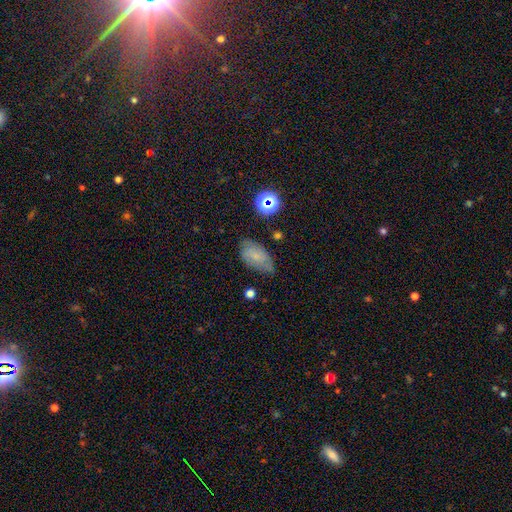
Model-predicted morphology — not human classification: Overall: smooth (58%; featured or disk 30%). How rounded: in between (91%). Merging: none (66%).